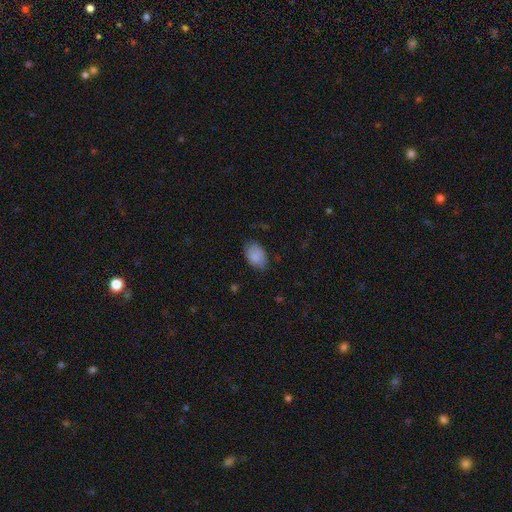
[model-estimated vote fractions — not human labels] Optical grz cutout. It shows a smooth galaxy with no disk features (87%) that is in between round and cigar-shaped (85%). Merging: none (74%).